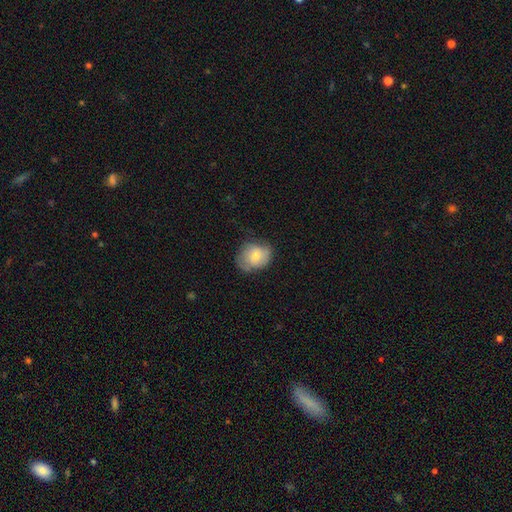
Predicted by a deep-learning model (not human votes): Overall: smooth (69%). How rounded: round (57%; in between 42%). Merging: none (63%; minor disturbance 28%).